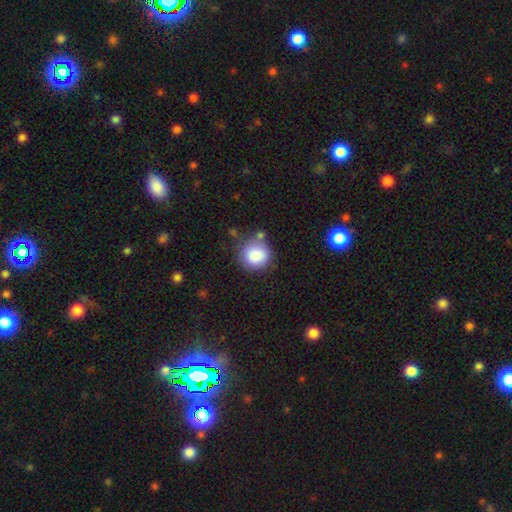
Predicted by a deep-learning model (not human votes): Morphology: type=smooth (85%); roundness=round (89%); merging=none (69%).